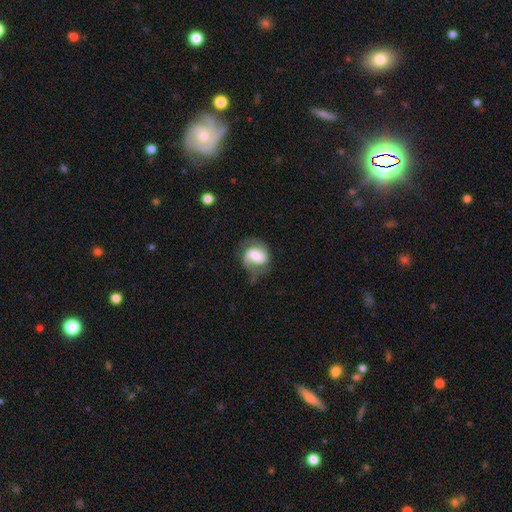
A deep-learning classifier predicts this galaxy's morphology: This appears to be a featured or disk galaxy (72%) with a weak bar (42%), 2 (78%) medium (47%) spiral arms (93%) and a moderate central bulge (39%). Merging: none (55%).